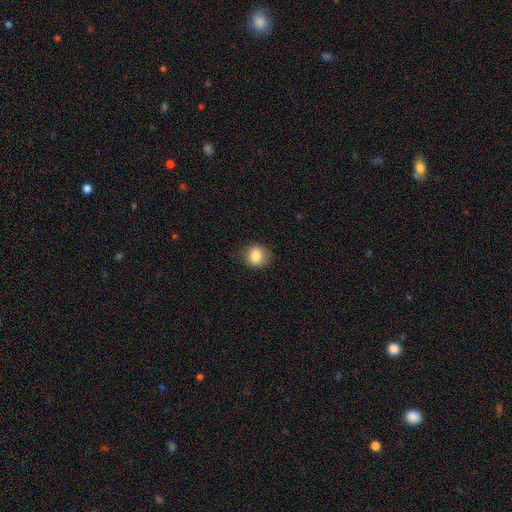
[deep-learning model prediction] Smooth or featured: smooth — 84% (star or artifact — 9%)
How rounded: round — 79% (in between — 20%)
Merging: none — 78% (minor disturbance — 17%)